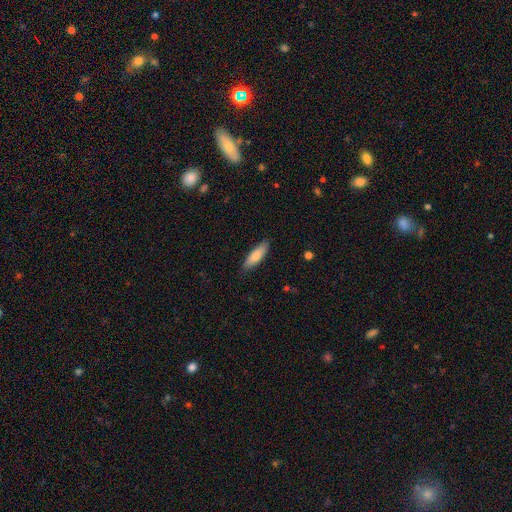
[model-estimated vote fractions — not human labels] A smooth galaxy with no disk features (81%) that is cigar-shaped (52%).

Vote fractions:
- Smooth or featured? smooth: 81% / featured or disk: 13% / star or artifact: 6%
- How rounded? cigar-shaped: 52% / in between: 47% / round: 2%
- Merging? none: 86% / minor disturbance: 11% / major disturbance: 2% / merger: 1%